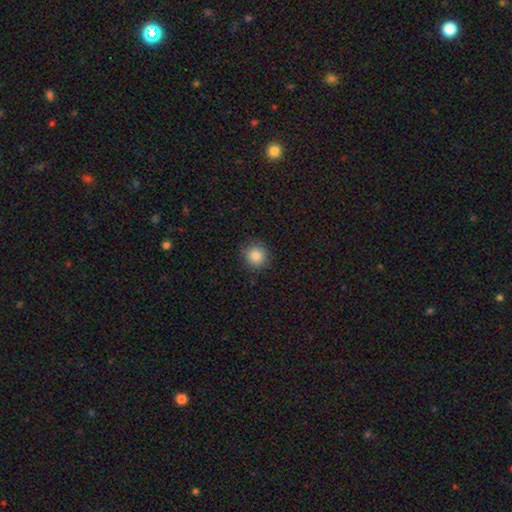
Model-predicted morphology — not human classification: The model was most divided on "smooth or featured": smooth: 85%, star or artifact: 10%, featured or disk: 5%. More confident: how rounded — round (93%); merging — none (89%).